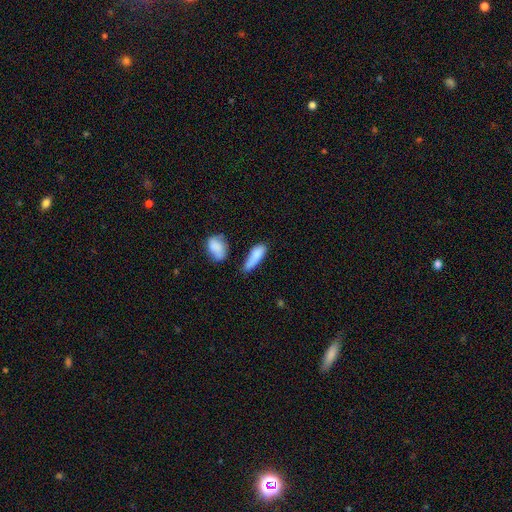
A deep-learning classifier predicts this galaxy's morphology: Smooth or featured: smooth — 81% (featured or disk — 12%)
How rounded: in between — 53% (cigar-shaped — 44%)
Merging: none — 43% (minor disturbance — 32%)